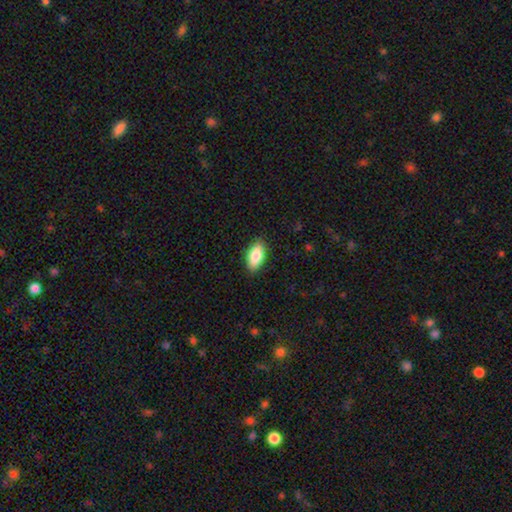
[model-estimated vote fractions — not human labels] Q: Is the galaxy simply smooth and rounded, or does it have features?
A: smooth — 83%.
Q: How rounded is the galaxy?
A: in between — 91%.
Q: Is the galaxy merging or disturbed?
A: none — 88%.